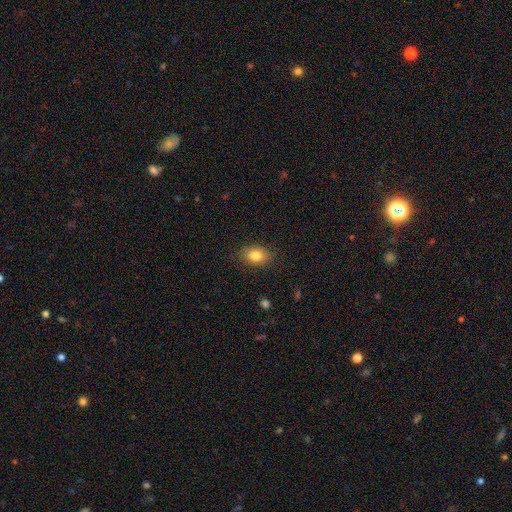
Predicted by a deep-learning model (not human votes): A smooth galaxy with no disk features (83%) that is in between round and cigar-shaped (76%). Merging: none (86%).